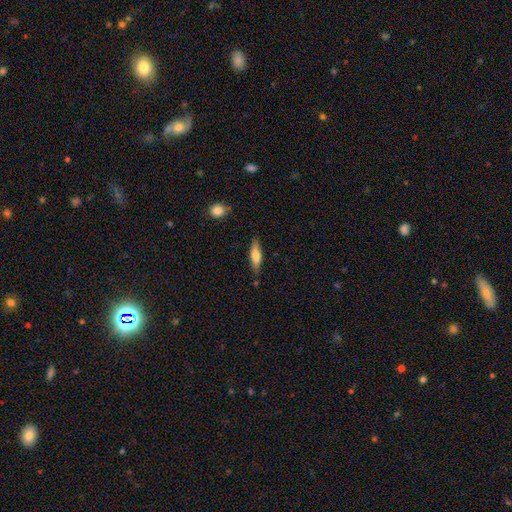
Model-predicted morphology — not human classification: type=smooth (69%); roundness=cigar-shaped (62%); merging=none (80%).